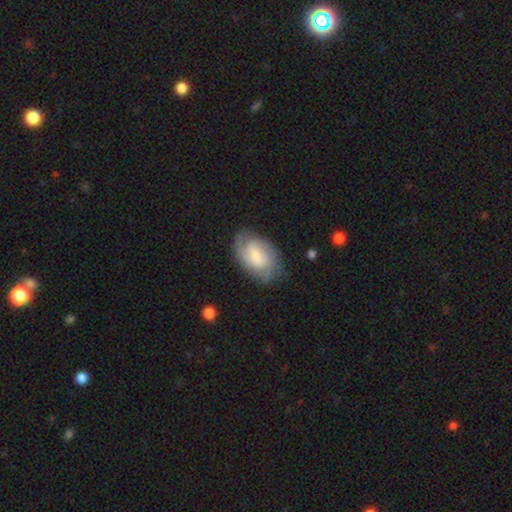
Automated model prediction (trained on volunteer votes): A featured or disk galaxy (65%) with no bar (46%), 2 (42%) tight (49%) spiral arms (89%) and a small central bulge (60%). Merging: none (72%).